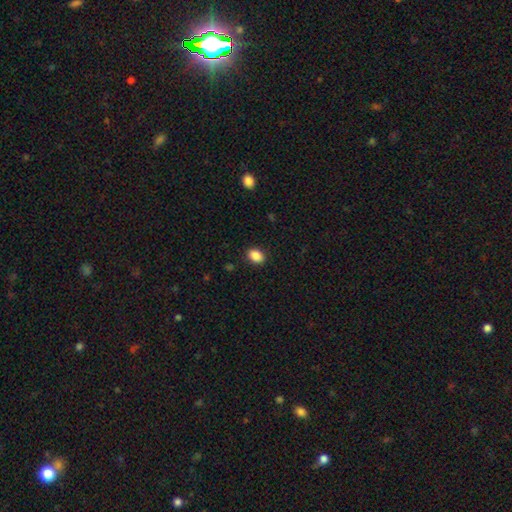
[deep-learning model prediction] A smooth galaxy with no disk features (88%) that is in between round and cigar-shaped (74%). Merging: none (89%).